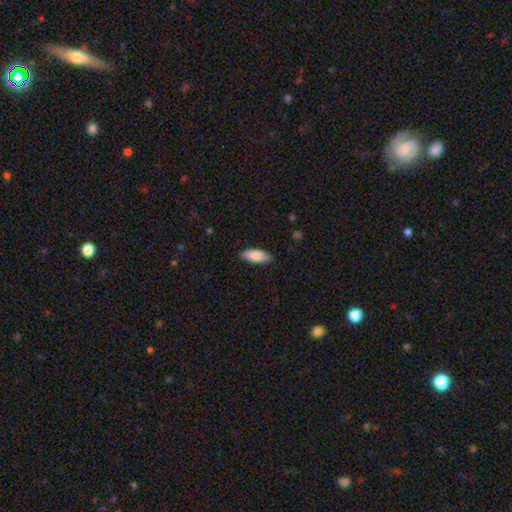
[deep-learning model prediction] Smooth or featured? smooth (86%)
How rounded? in between (80%)
Merging? none (88%)